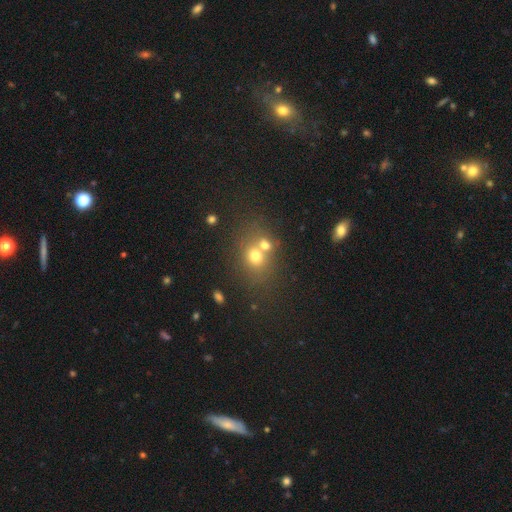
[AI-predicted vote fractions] This is likely a smooth galaxy (67%). How rounded: likely round (65%). Merging: marginally merger (45%).